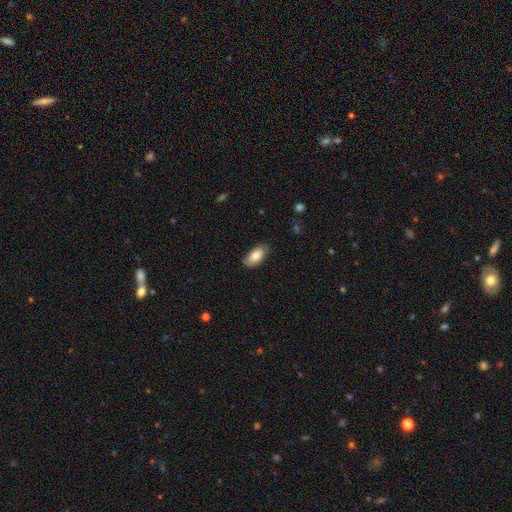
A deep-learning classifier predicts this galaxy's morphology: Overall: smooth (83%). How rounded: in between (92%). Merging: none (76%).